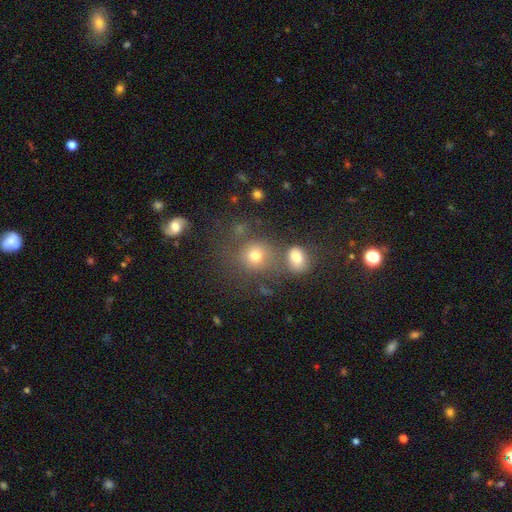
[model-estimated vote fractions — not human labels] The model was most divided on "merging": none: 57%, merger: 25%, minor disturbance: 11%, major disturbance: 7%. More confident: how rounded — round (80%); smooth or featured — smooth (73%).